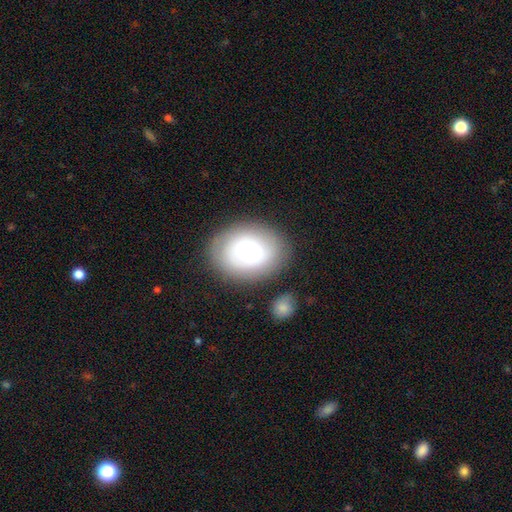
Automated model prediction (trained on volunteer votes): A smooth galaxy with no disk features (69%) that is in between round and cigar-shaped (55%).

Vote fractions:
- Smooth or featured? smooth: 69% / featured or disk: 22% / star or artifact: 9%
- How rounded? in between: 55% / round: 44% / cigar-shaped: 1%
- Merging? none: 79% / minor disturbance: 12% / major disturbance: 5% / merger: 4%